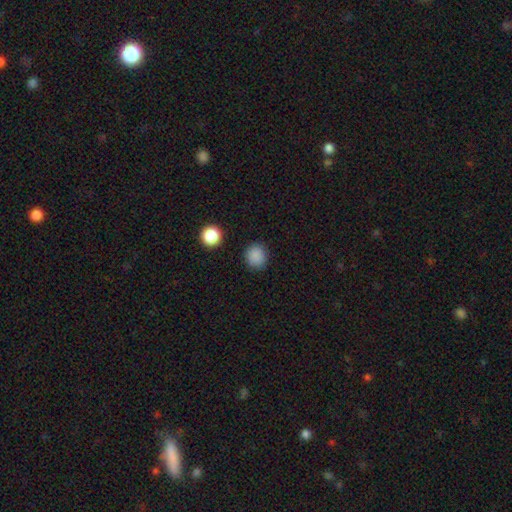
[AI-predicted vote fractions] Smooth or featured: smooth — 86% (star or artifact — 11%)
How rounded: round — 86% (in between — 13%)
Merging: none — 87% (minor disturbance — 9%)